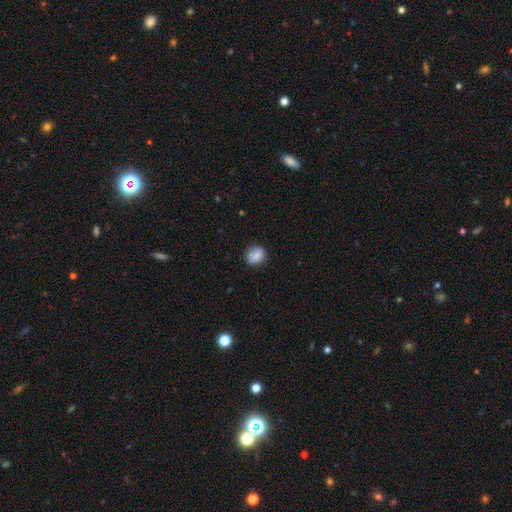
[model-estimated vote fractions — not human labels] Smooth or featured?
  - smooth: 82% *
  - featured or disk: 10%
  - star or artifact: 8%
How rounded?
  - round: 68% *
  - in between: 30%
  - cigar-shaped: 1%
Merging?
  - none: 85% *
  - minor disturbance: 12%
  - major disturbance: 3%
  - merger: 1%